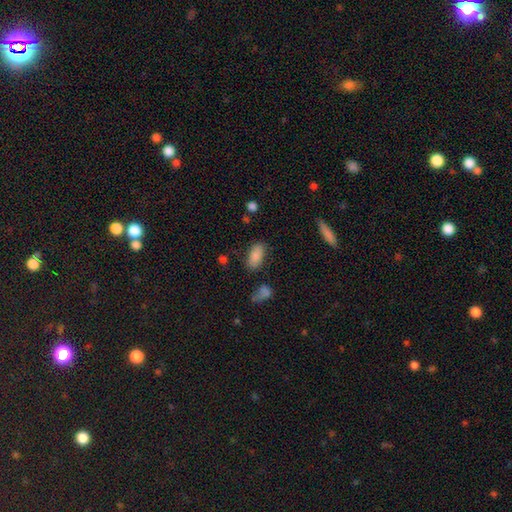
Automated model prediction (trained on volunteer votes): smooth_or_featured: smooth (p=0.85) [alt: star or artifact p=0.08]
how_rounded: in between (p=0.90) [alt: cigar-shaped p=0.07]
merging: none (p=0.78) [alt: minor disturbance p=0.14]